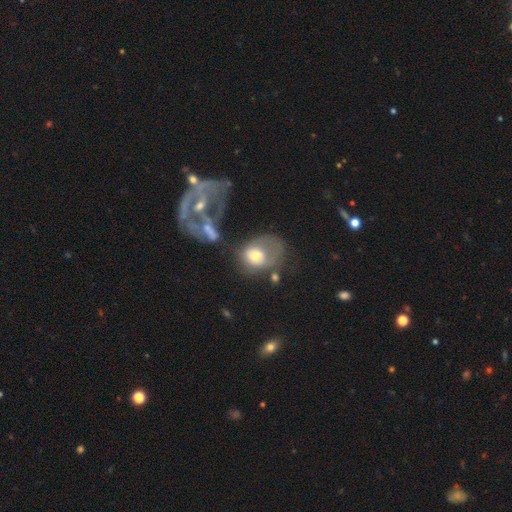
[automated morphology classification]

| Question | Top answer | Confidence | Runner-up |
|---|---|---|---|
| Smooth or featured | smooth | 53% | featured or disk (37%) |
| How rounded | in between | 56% | round (43%) |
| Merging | major disturbance | 36% | none (23%) |